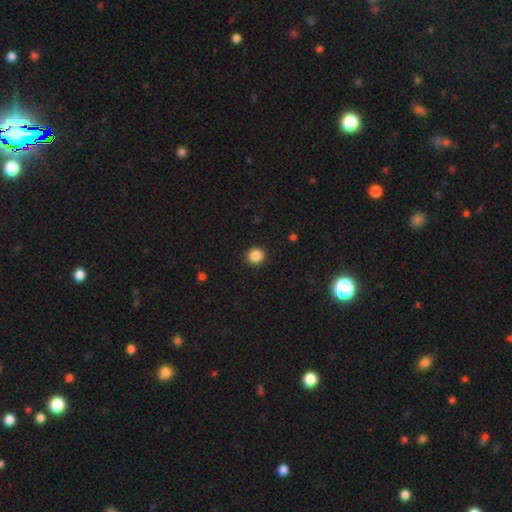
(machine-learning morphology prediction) type=smooth (87%); roundness=round (85%); merging=none (92%).